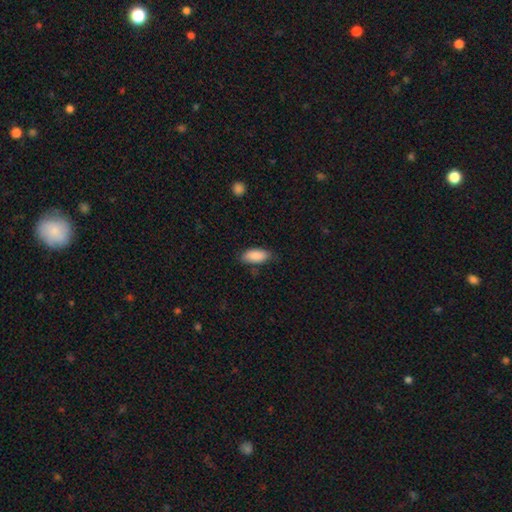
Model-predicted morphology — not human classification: This appears to be a smooth galaxy with no disk features (89%) that is in between round and cigar-shaped (89%). Merging: none (77%).